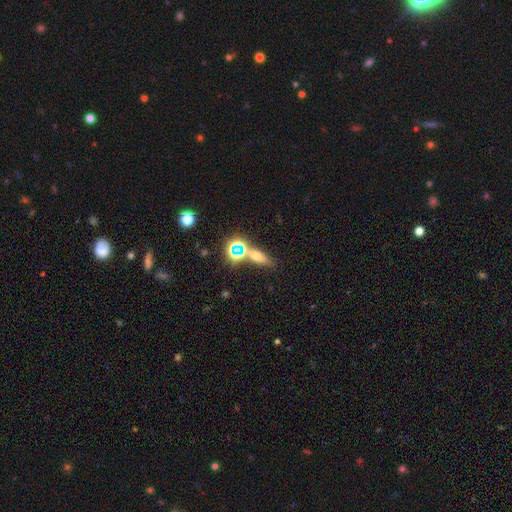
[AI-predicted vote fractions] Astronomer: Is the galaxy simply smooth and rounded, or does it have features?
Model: smooth — 52% (runner-up: star or artifact, 30%).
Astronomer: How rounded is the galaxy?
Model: in between — 43% (runner-up: cigar-shaped, 40%).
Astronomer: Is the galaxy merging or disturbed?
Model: none — 65%.